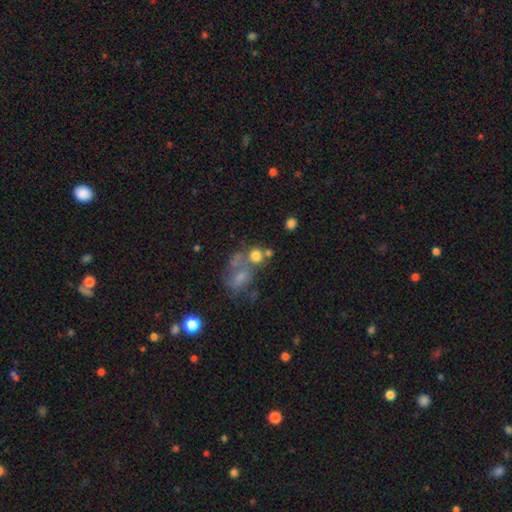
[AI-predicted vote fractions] Smooth or featured? Predicted: smooth (p=0.72). How rounded? Predicted: round (p=0.78). Merging? Predicted: none (p=0.44).